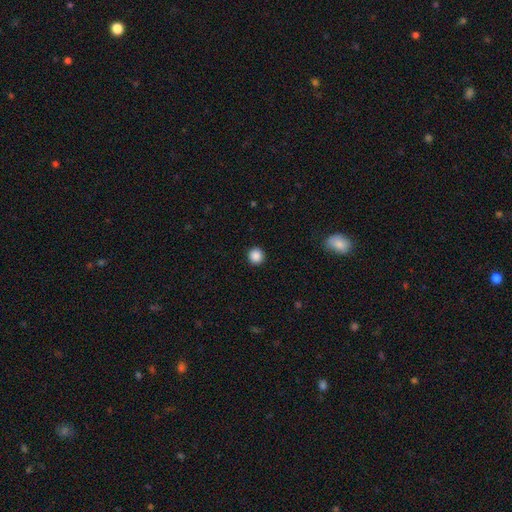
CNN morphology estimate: A smooth galaxy with no disk features (88%) that is round (95%). Merging: none (93%).